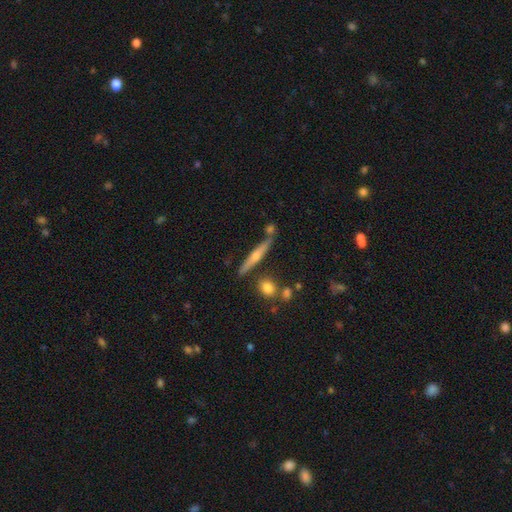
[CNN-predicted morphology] Smooth or featured: featured or disk — 62% (smooth — 30%)
Edge-on disk: yes — 96% (no — 4%)
Edge-on bulge: rounded — 79% (none — 15%)
Merging: none — 78% (minor disturbance — 11%)